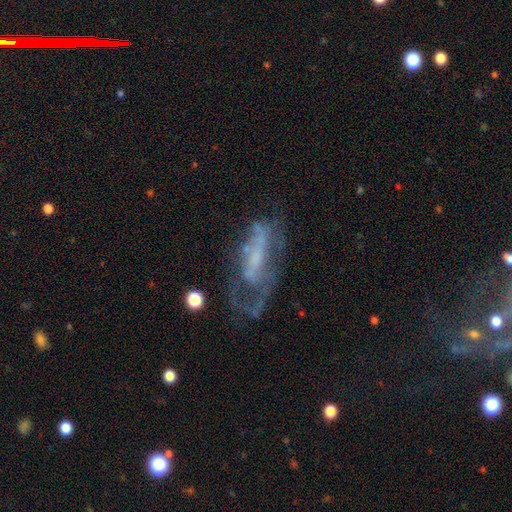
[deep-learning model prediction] Overall: featured or disk (67%). Edge-on disk: no (87%). Bar: no (57%; weak 28%). Spiral arms: yes (52%; no 48%). Bulge size: none (45%; small 32%). Merging: major disturbance (38%; none 36%).